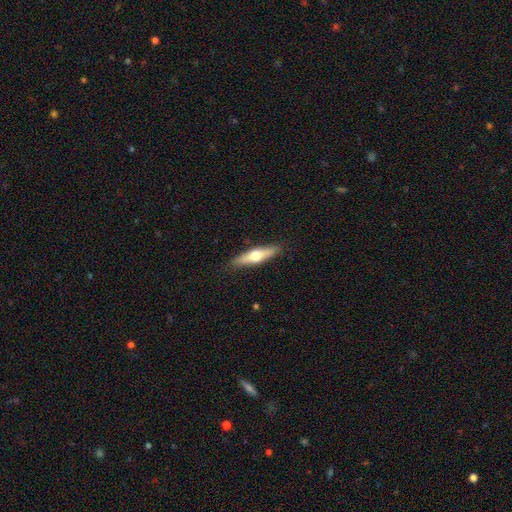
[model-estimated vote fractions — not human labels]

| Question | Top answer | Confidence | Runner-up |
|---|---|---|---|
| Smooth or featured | smooth | 47% | tied: featured or disk (47%) |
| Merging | none | 88% | minor disturbance (9%) |